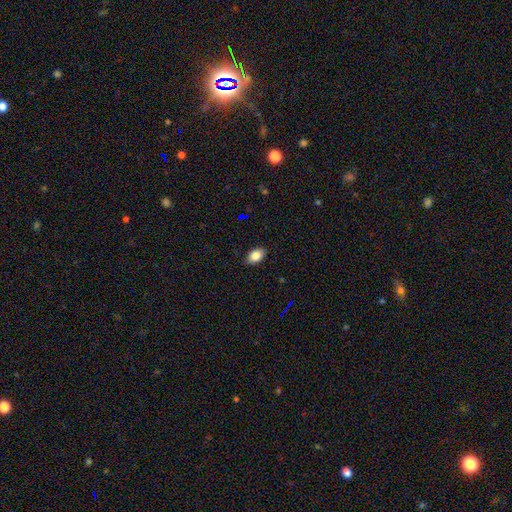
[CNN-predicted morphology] type=smooth (84%); roundness=in between (88%); merging=none (87%).